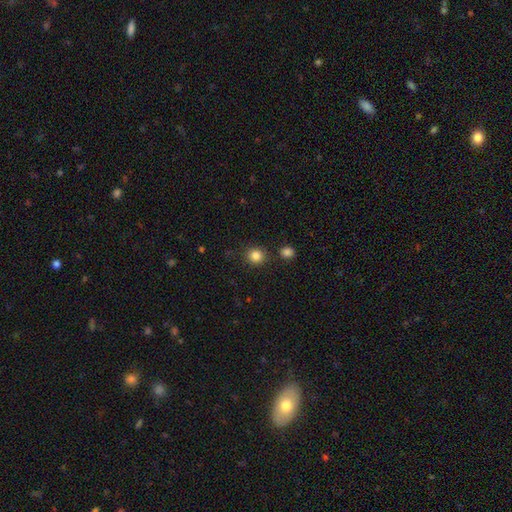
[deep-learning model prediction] Smooth or featured: smooth — 85% (star or artifact — 11%)
How rounded: round — 89% (in between — 10%)
Merging: none — 86% (minor disturbance — 7%)